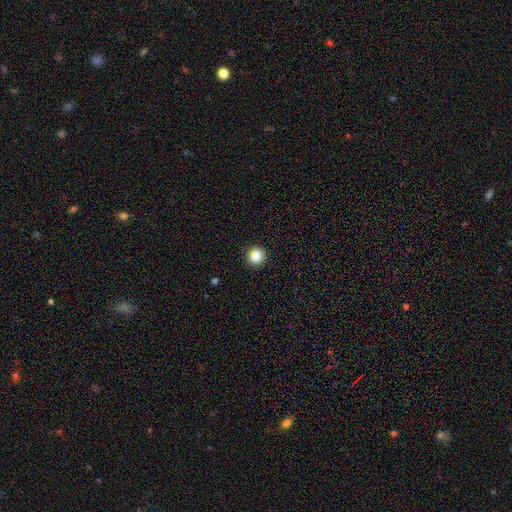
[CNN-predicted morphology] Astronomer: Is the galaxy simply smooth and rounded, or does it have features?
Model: smooth — 85%.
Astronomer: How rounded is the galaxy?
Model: round — 91%.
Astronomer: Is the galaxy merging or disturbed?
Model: none — 92%.